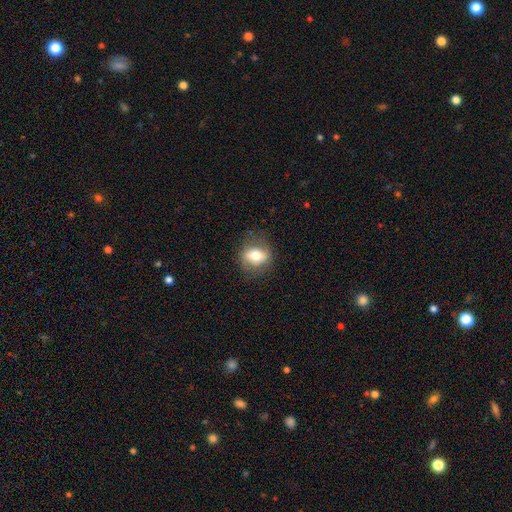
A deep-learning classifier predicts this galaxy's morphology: This appears to be a smooth galaxy with no disk features (64%) that is in between round and cigar-shaped (50%). Merging: none (79%).